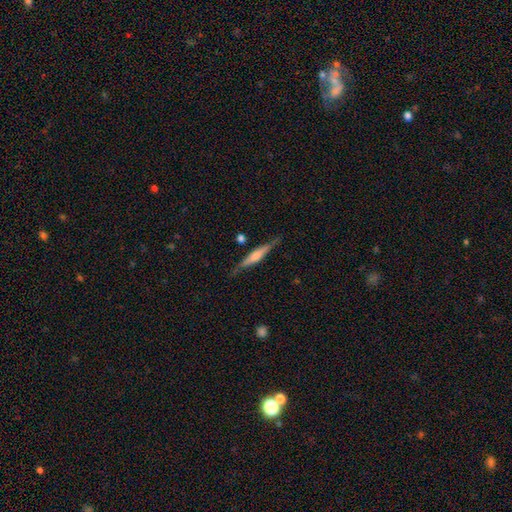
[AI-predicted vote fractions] A featured or disk galaxy (55%) viewed edge-on (96%) with a rounded central bulge (48%).

Vote fractions:
- Smooth or featured? featured or disk: 55% / smooth: 39% / star or artifact: 6%
- Edge-on disk? yes: 96% / no: 4%
- Edge-on bulge? rounded: 48% / boxy: 31% / none: 21%
- Merging? none: 82% / minor disturbance: 13% / major disturbance: 3% / merger: 2%